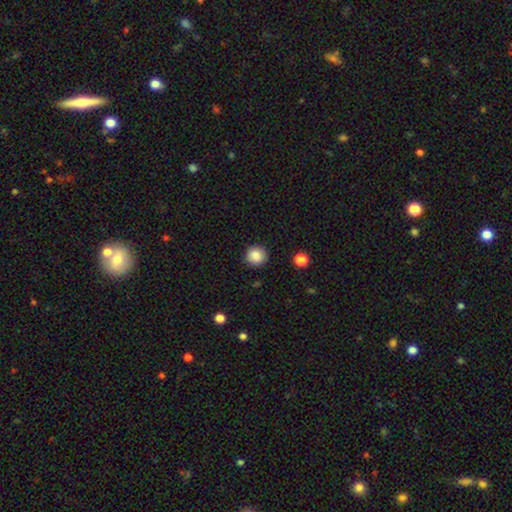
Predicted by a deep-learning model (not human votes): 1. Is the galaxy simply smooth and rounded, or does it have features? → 86% smooth, 9% star or artifact, 4% featured or disk.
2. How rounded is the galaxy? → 91% round, 8% in between, 1% cigar-shaped.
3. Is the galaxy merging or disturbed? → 89% none, 7% minor disturbance, 2% major disturbance, 1% merger.